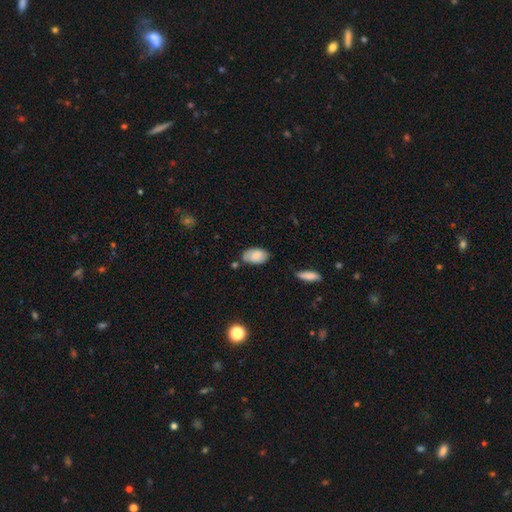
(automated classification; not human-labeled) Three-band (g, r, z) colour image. It shows a smooth galaxy with no disk features (79%) that is in between round and cigar-shaped (93%). Merging: none (67%).